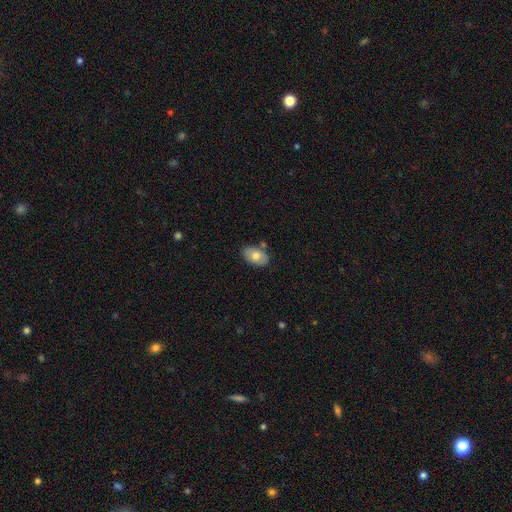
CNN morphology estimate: Smooth or featured?
  - smooth: 70% *
  - featured or disk: 23%
  - star or artifact: 7%
How rounded?
  - in between: 89% *
  - round: 10%
  - cigar-shaped: 1%
Merging?
  - none: 76% *
  - minor disturbance: 14%
  - merger: 7%
  - major disturbance: 3%